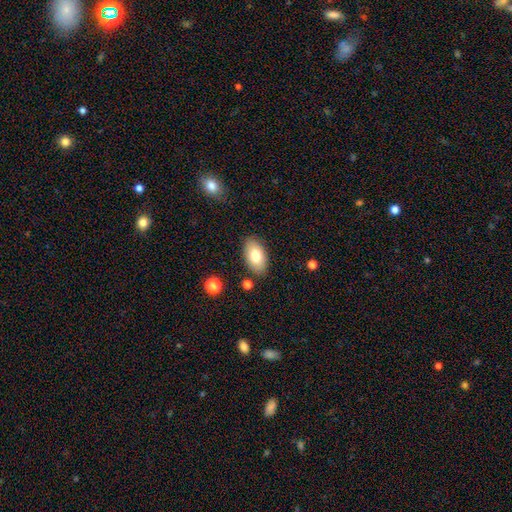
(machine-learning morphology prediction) smooth-or-featured: smooth: 77% | featured or disk: 16% | star or artifact: 7%
  how-rounded: in between: 94% | round: 4% | cigar-shaped: 2%
  merging: none: 85% | minor disturbance: 10% | major disturbance: 2% | merger: 2%